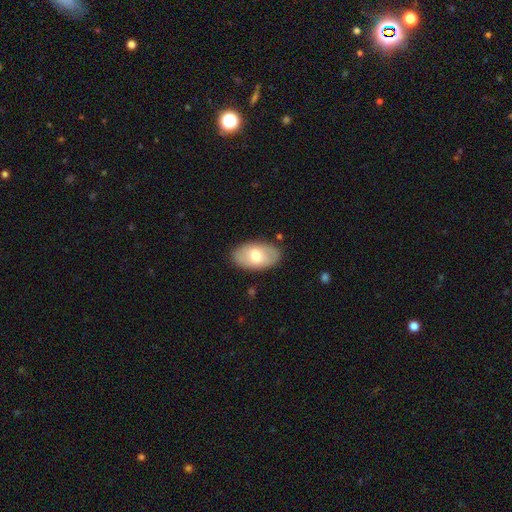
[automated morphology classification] Smooth or featured: smooth — 64% (featured or disk — 30%)
How rounded: in between — 94% (round — 5%)
Merging: none — 84% (minor disturbance — 12%)